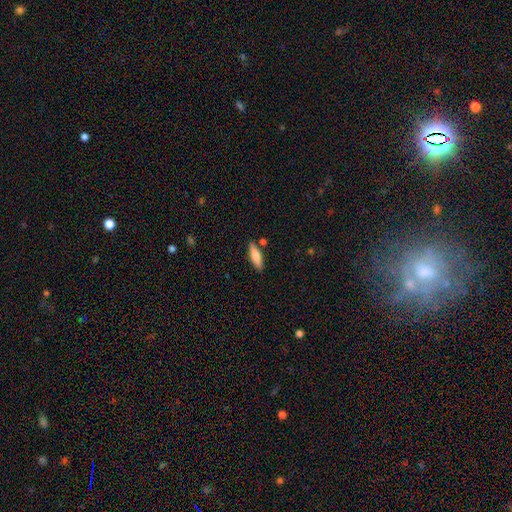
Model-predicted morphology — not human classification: Q: Smooth or featured?
A: smooth (73%); runner-up: featured or disk (21%)
Q: How rounded?
A: cigar-shaped (53%); runner-up: in between (45%)
Q: Merging?
A: none (82%); runner-up: minor disturbance (11%)